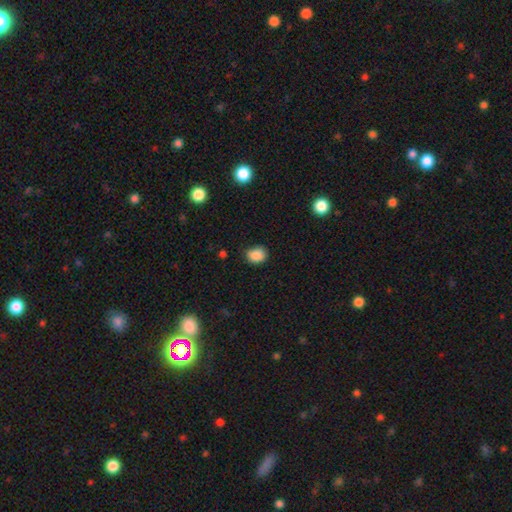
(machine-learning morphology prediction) This is clearly a smooth galaxy (86%). How rounded: possibly round (52%). Merging: likely none (71%).